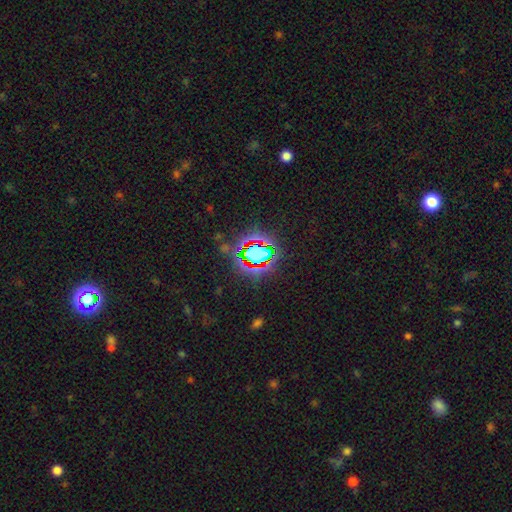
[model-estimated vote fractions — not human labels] star or artifact 68%, smooth 20%, featured or disk 12%.